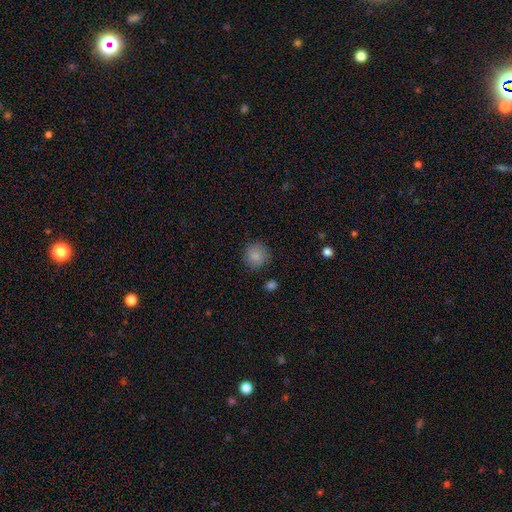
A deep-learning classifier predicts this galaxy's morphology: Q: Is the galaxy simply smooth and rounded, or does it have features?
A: smooth — 86%.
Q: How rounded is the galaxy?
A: round — 93%.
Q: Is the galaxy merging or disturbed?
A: none — 87%.